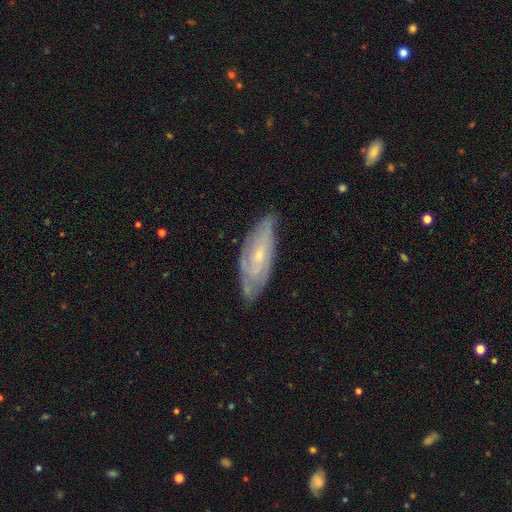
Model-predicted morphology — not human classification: This appears to be a featured or disk galaxy (62%). Merging: none (78%).